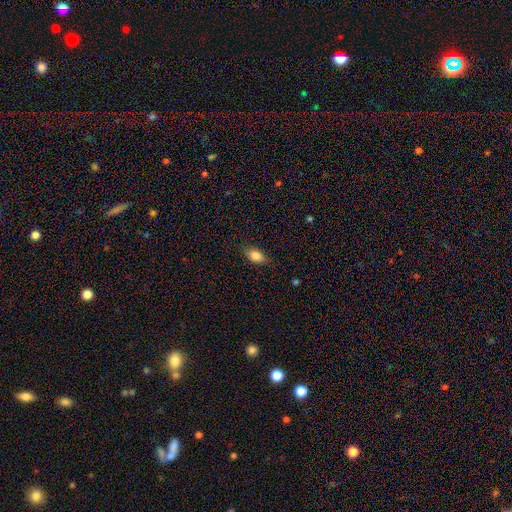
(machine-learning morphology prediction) This appears to be a smooth galaxy with no disk features (84%) that is in between round and cigar-shaped (87%). Merging: none (81%).